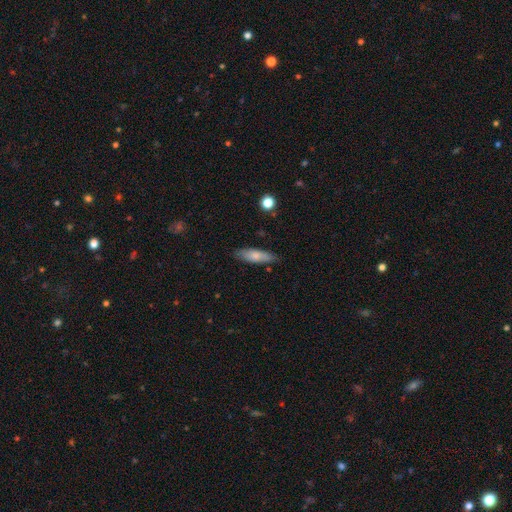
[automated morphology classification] Smooth or featured: smooth — 73% (featured or disk — 21%)
How rounded: cigar-shaped — 51% (in between — 47%)
Merging: none — 80% (minor disturbance — 16%)